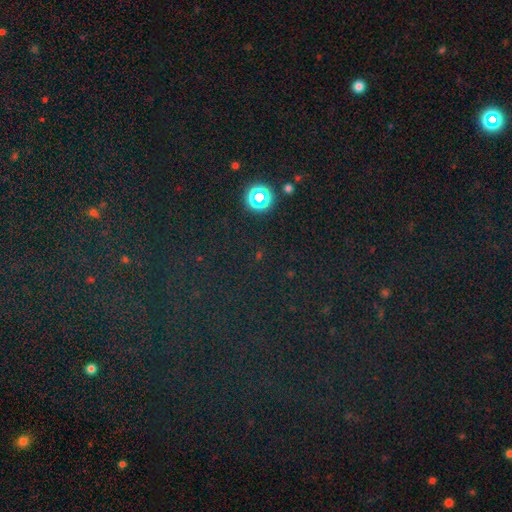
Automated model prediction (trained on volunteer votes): Q: Smooth or featured?
A: star or artifact (58%); runner-up: smooth (35%)